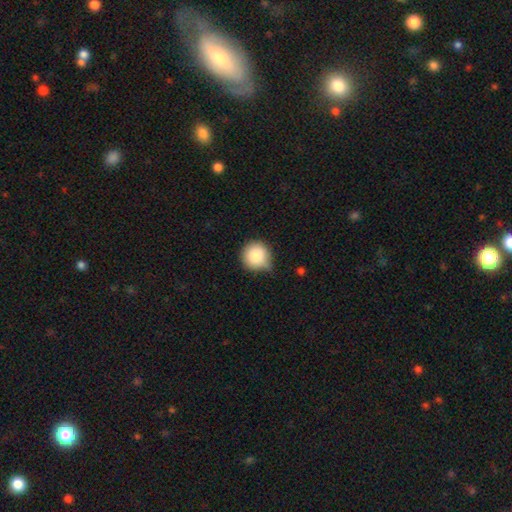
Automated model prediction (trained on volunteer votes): smooth_or_featured: smooth (p=0.87) [alt: star or artifact p=0.08]
how_rounded: round (p=0.94) [alt: in between p=0.05]
merging: none (p=0.60) [alt: minor disturbance p=0.32]